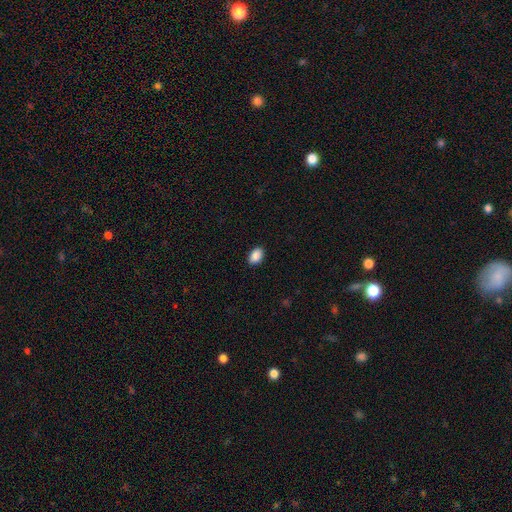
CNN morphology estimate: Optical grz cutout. It shows a smooth galaxy with no disk features (90%) that is in between round and cigar-shaped (86%). Merging: none (90%).